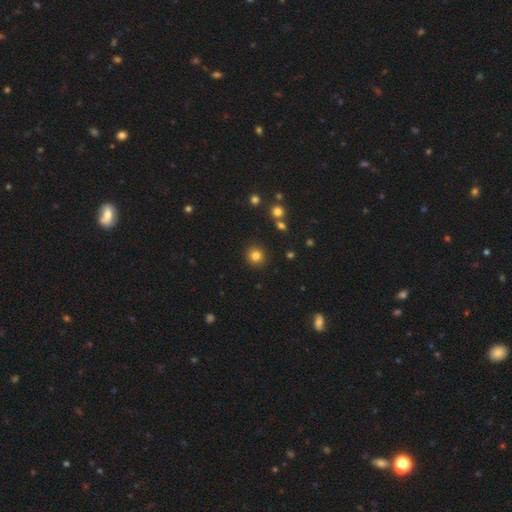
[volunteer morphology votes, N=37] type=smooth (89%); roundness=round (91%); merging=none (92%).